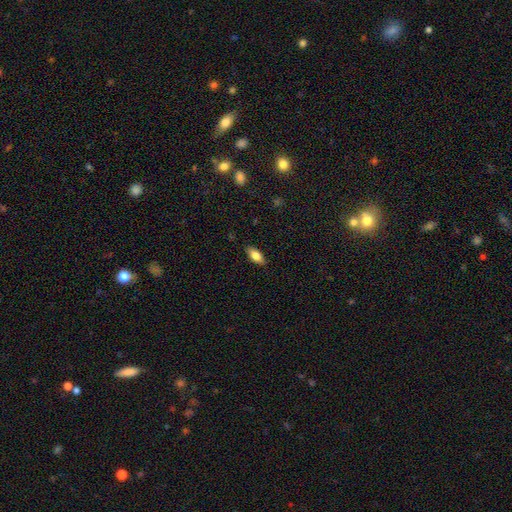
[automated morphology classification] This is likely a smooth galaxy (79%). How rounded: clearly in between (83%). Merging: clearly none (87%).